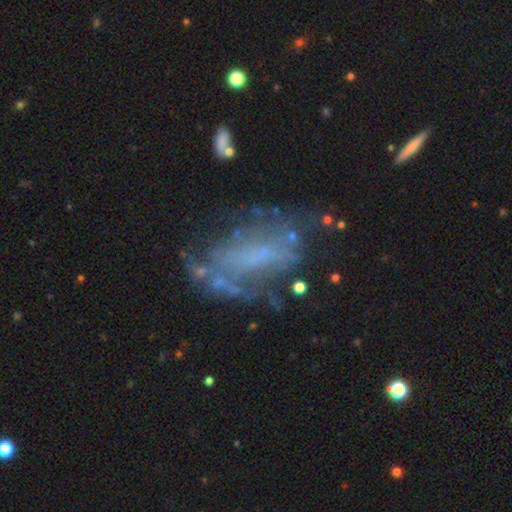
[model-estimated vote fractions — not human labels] featured or disk 68%, smooth 18%, star or artifact 14%. Down the decision tree: edge-on disk — no (92%); bar — no (48%); spiral arms — yes (57%); bulge size — none (56%); merging — none (53%).